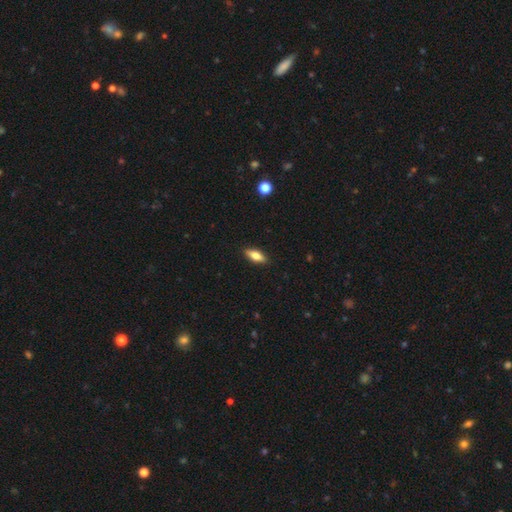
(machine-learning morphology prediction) A smooth galaxy with no disk features (73%) that is in between round and cigar-shaped (72%).

Vote fractions:
- Smooth or featured? smooth: 73% / featured or disk: 20% / star or artifact: 7%
- How rounded? in between: 72% / cigar-shaped: 26% / round: 3%
- Merging? none: 89% / minor disturbance: 8% / major disturbance: 2% / merger: 1%